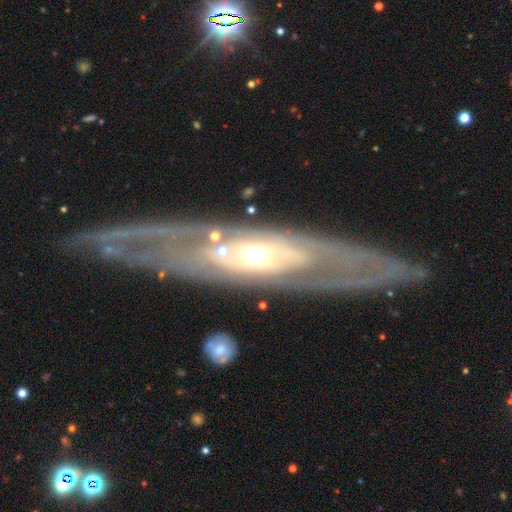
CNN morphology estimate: Smooth or featured?
  - featured or disk: 82% *
  - smooth: 13%
  - star or artifact: 5%
Edge-on disk?
  - no: 65% *
  - yes: 35%
Bar?
  - no: 79% *
  - weak: 14%
  - strong: 7%
Spiral arms?
  - no: 52% *
  - yes: 48%
Bulge size?
  - moderate: 62% *
  - small: 26%
  - large: 9%
  - dominant: 2%
  - none: 1%
Merging?
  - none: 78% *
  - minor disturbance: 13%
  - major disturbance: 6%
  - merger: 3%